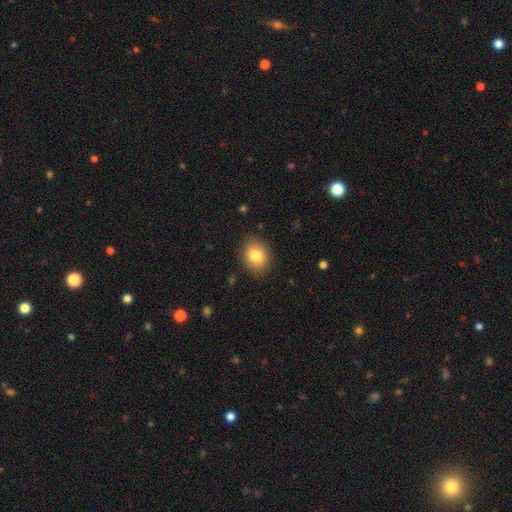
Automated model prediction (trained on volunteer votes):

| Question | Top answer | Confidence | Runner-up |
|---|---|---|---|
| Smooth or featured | smooth | 81% | featured or disk (10%) |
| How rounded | in between | 50% | round (49%) |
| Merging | none | 87% | minor disturbance (9%) |